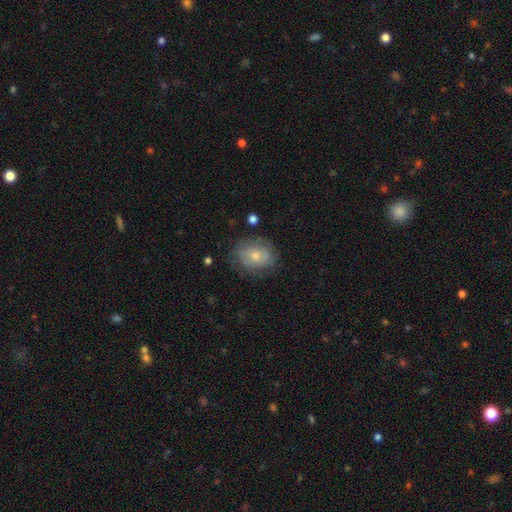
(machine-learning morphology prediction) A smooth galaxy with no disk features (64%) that is round (57%).

Vote fractions:
- Smooth or featured? smooth: 64% / featured or disk: 27% / star or artifact: 8%
- How rounded? round: 57% / in between: 42% / cigar-shaped: 1%
- Merging? none: 70% / minor disturbance: 20% / major disturbance: 8% / merger: 2%